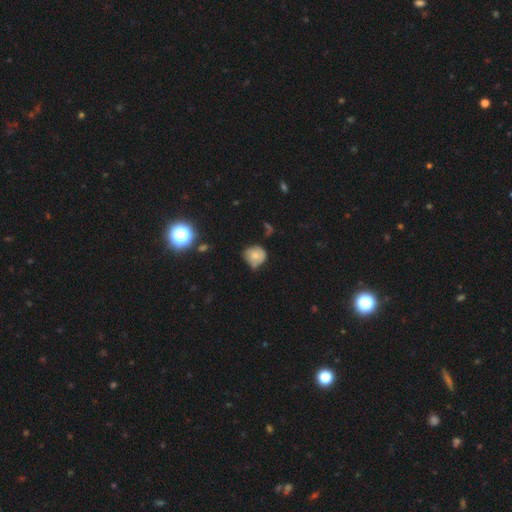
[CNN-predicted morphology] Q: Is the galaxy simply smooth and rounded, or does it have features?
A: smooth — 70%.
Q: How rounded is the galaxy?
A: round — 78%.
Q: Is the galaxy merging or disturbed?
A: none — 46%.